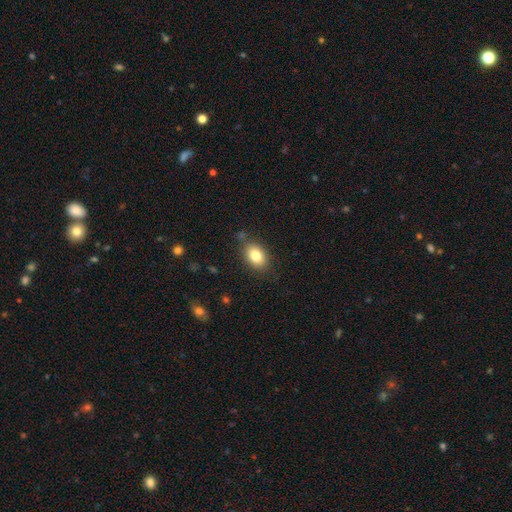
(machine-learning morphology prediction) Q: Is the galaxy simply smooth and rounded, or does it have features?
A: smooth — 83%.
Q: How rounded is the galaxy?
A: in between — 81%.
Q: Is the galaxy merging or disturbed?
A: none — 81%.